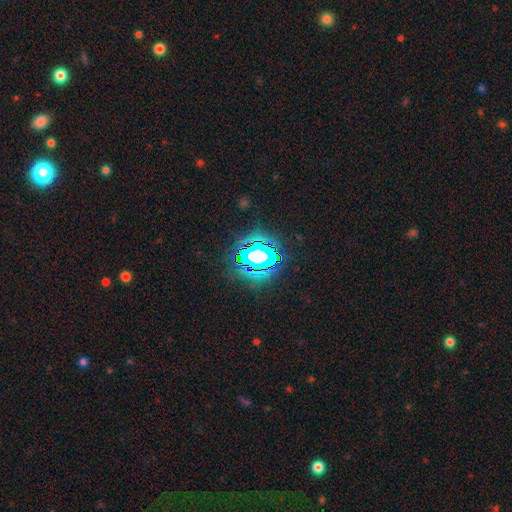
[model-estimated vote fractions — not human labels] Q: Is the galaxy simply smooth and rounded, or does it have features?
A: star or artifact — 79%.